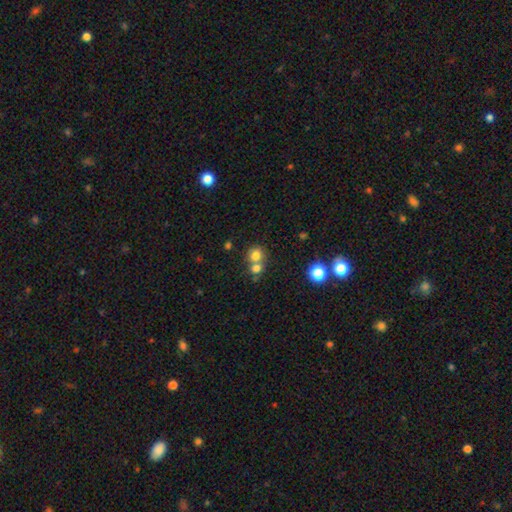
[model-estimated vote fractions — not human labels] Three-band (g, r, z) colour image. It shows a smooth galaxy with no disk features (76%) that is round (82%). Merging: merger (48%).